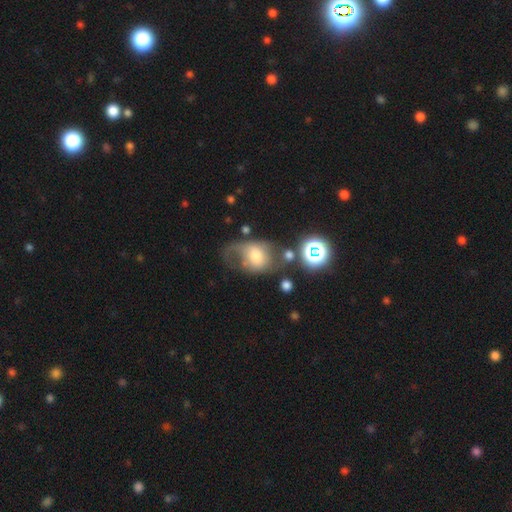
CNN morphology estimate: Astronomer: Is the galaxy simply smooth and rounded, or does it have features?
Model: smooth — 50% (runner-up: featured or disk, 37%).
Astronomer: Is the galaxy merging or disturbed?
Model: major disturbance — 40% (runner-up: none, 26%).